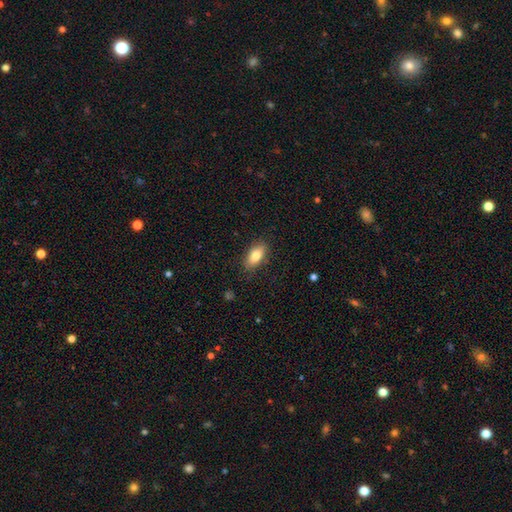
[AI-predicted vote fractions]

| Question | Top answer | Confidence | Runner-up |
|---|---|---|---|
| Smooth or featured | smooth | 82% | featured or disk (11%) |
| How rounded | in between | 87% | cigar-shaped (9%) |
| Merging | none | 84% | minor disturbance (12%) |